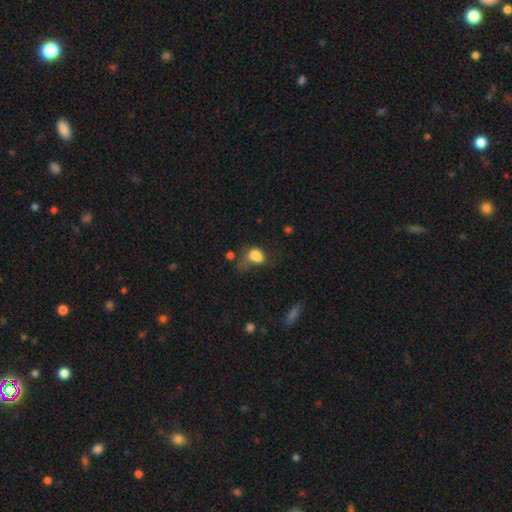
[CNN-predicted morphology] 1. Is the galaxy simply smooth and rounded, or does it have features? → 76% smooth, 13% featured or disk, 11% star or artifact.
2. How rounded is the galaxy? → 70% in between, 29% round, 2% cigar-shaped.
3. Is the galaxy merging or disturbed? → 39% major disturbance, 25% minor disturbance, 24% none, 12% merger.